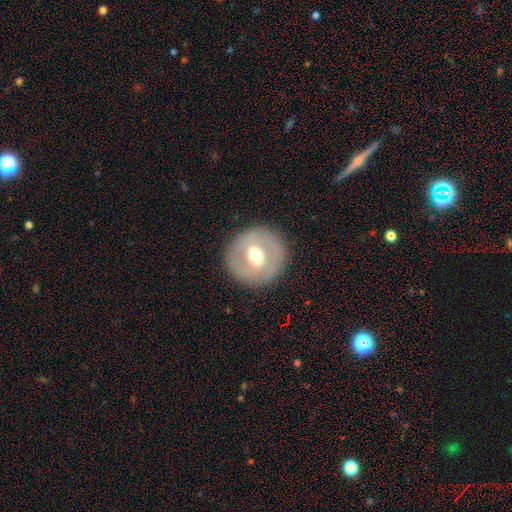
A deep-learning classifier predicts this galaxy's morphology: smooth-or-featured: featured or disk: 51% | smooth: 41% | star or artifact: 7%
  disk-edge-on: no: 94% | yes: 6%
  merging: none: 88% | minor disturbance: 7% | major disturbance: 3% | merger: 1%